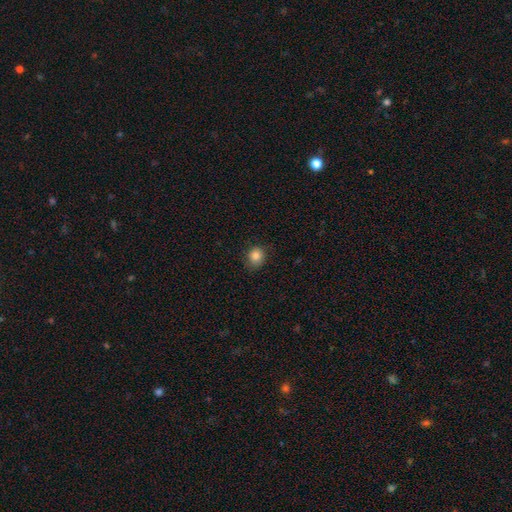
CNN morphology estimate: This appears to be a smooth galaxy with no disk features (83%) that is round (76%). Merging: none (82%).